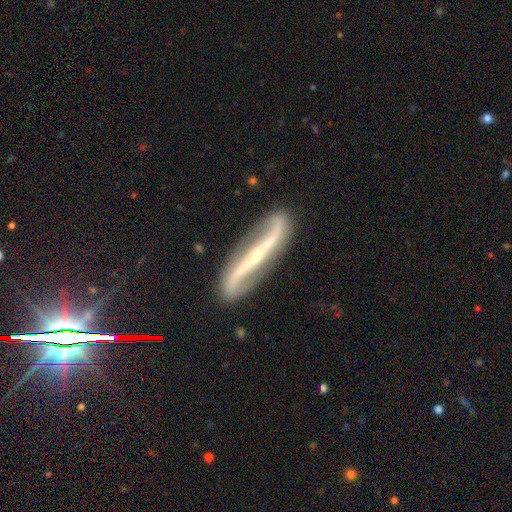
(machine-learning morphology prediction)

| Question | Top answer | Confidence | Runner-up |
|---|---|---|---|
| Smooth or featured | featured or disk | 88% | smooth (6%) |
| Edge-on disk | no | 74% | yes (26%) |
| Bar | strong | 69% | no (16%) |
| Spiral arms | yes | 95% | no (5%) |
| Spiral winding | loose | 62% | medium (25%) |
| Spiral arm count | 2 | 93% | can't tell (2%) |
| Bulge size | small | 71% | moderate (21%) |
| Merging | none | 85% | minor disturbance (10%) |